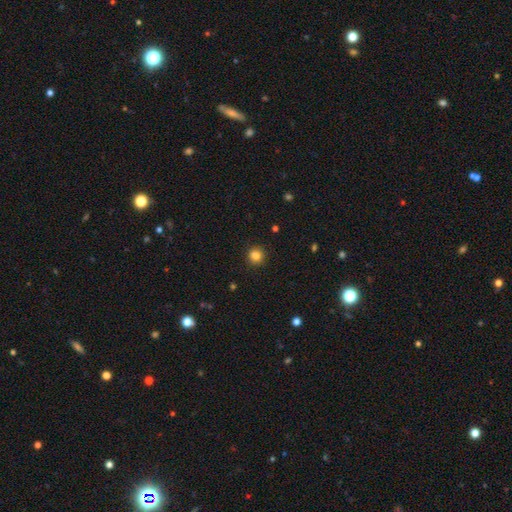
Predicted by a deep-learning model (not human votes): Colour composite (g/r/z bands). It shows a smooth galaxy with no disk features (84%) that is round (89%). Merging: none (91%).